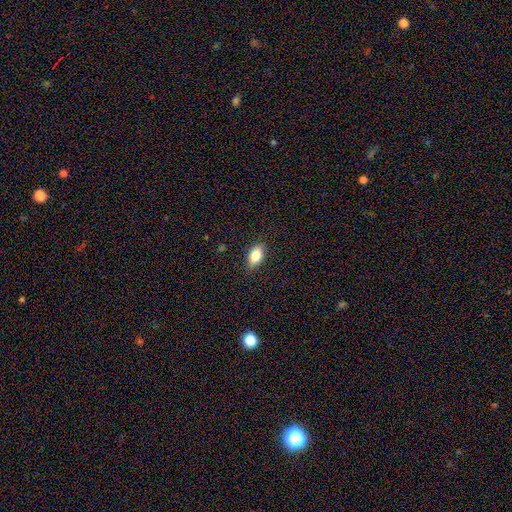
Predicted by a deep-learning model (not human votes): Morphology: type=smooth (81%); roundness=in between (88%); merging=none (86%).